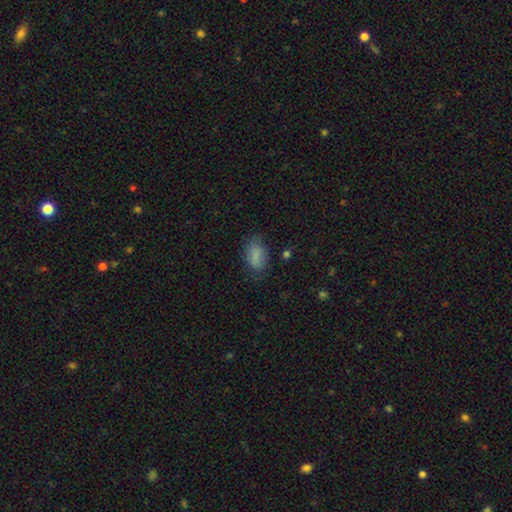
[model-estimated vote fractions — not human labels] Smooth or featured? smooth (82%)
How rounded? in between (90%)
Merging? none (66%)